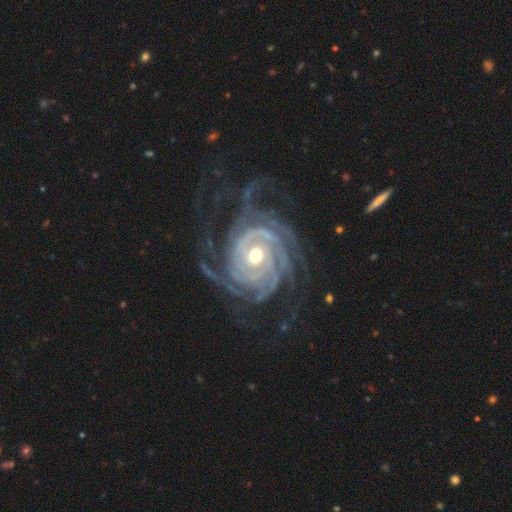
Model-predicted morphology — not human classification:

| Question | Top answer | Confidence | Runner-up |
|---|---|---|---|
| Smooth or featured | featured or disk | 92% | star or artifact (5%) |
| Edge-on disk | no | 98% | yes (2%) |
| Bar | no | 68% | weak (19%) |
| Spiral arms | yes | 98% | no (2%) |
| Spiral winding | tight | 74% | medium (20%) |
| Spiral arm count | more than 4 | 26% | 4 (20%) |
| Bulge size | moderate | 69% | small (23%) |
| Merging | none | 58% | major disturbance (24%) |